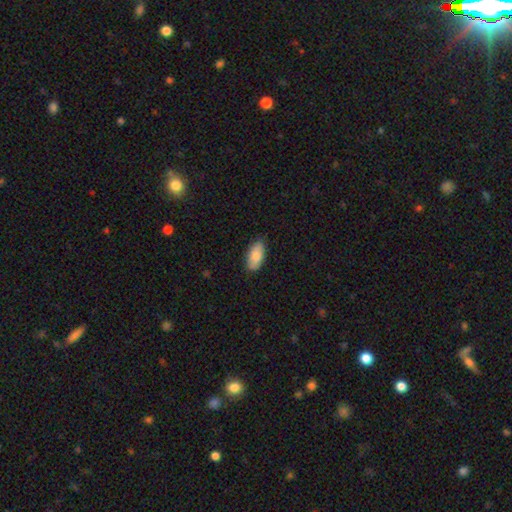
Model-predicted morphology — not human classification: Smooth or featured? smooth (84%)
How rounded? in between (92%)
Merging? none (84%)